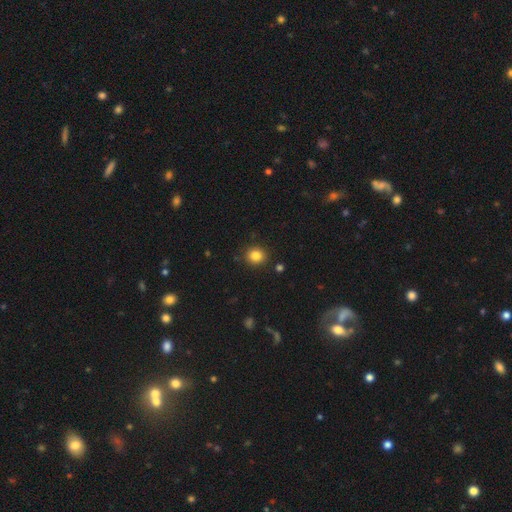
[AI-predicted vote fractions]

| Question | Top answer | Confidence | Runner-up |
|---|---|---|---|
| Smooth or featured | smooth | 84% | star or artifact (11%) |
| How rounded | round | 83% | in between (16%) |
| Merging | none | 89% | minor disturbance (7%) |